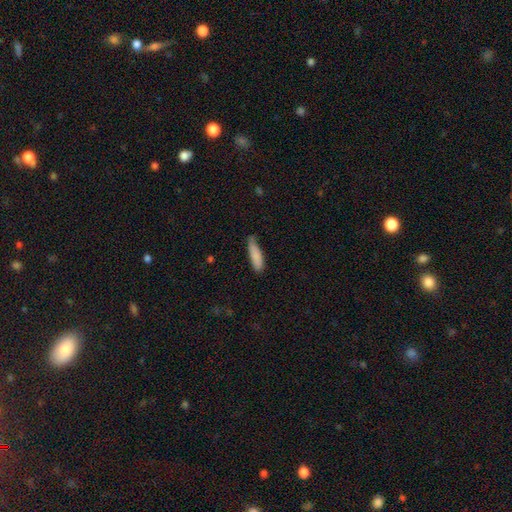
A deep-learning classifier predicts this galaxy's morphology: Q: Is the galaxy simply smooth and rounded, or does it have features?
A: smooth — 85%.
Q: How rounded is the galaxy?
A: cigar-shaped — 69%.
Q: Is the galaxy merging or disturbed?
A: none — 62%.